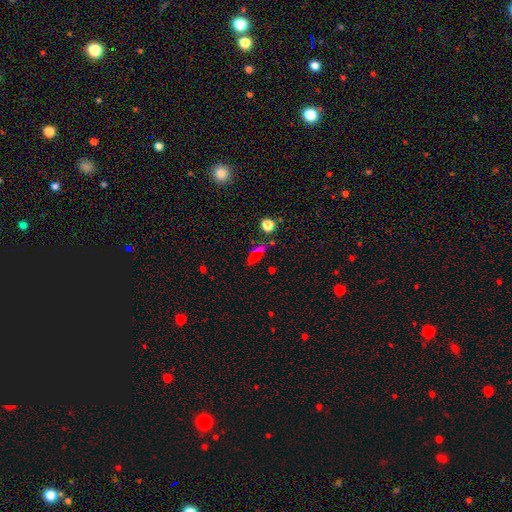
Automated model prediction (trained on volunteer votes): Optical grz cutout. It shows a smooth galaxy with no disk features (61%) that is cigar-shaped (58%). Merging: none (73%).